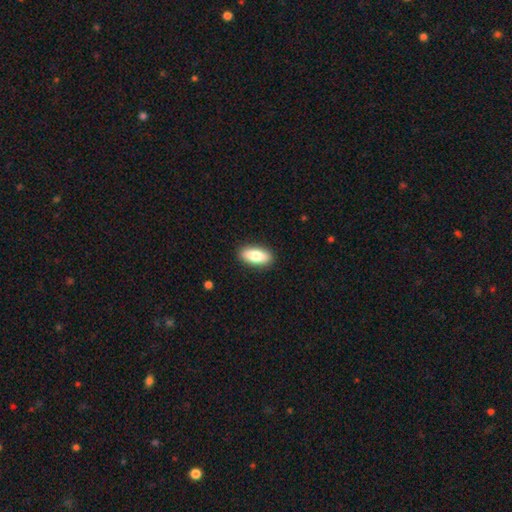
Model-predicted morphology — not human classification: smooth_or_featured: smooth (p=0.82) [alt: featured or disk p=0.12]
how_rounded: in between (p=0.85) [alt: cigar-shaped p=0.13]
merging: none (p=0.90) [alt: minor disturbance p=0.08]